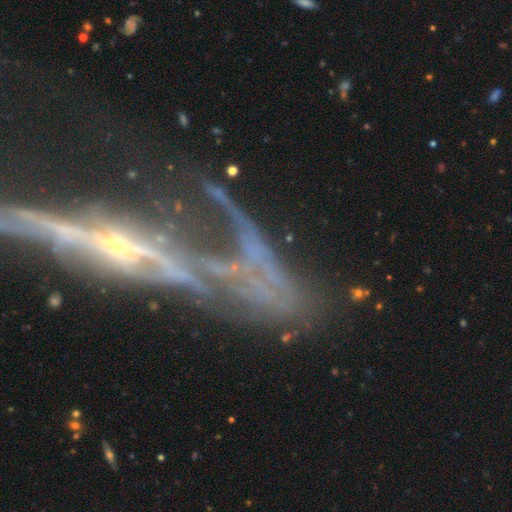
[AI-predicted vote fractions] featured or disk 77%, star or artifact 15%, smooth 8%. Down the decision tree: edge-on disk — yes (51%); merging — major disturbance (38%).